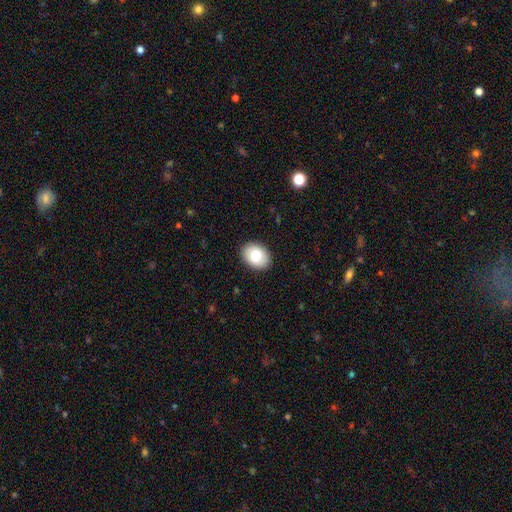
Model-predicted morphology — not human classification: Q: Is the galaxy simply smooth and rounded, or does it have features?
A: smooth — 77%.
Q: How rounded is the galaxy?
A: in between — 73%.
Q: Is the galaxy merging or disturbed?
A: none — 90%.